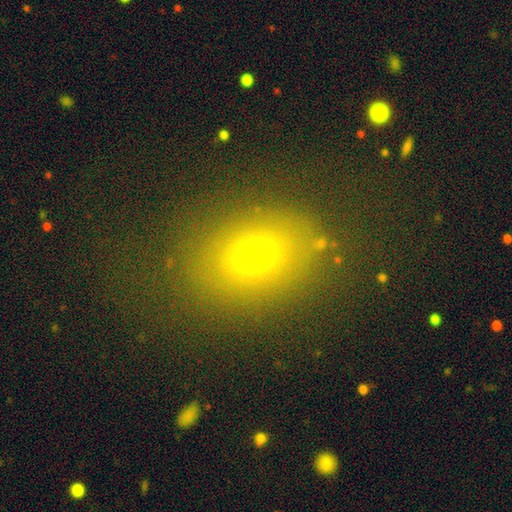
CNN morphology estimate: type=smooth (67%); roundness=in between (58%); merging=none (81%).